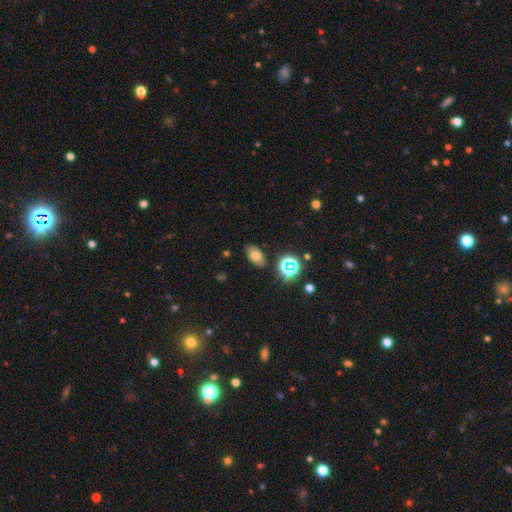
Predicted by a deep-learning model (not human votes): The model was most divided on "smooth or featured": smooth: 70%, star or artifact: 17%, featured or disk: 13%. More confident: how rounded — in between (88%); merging — none (84%).